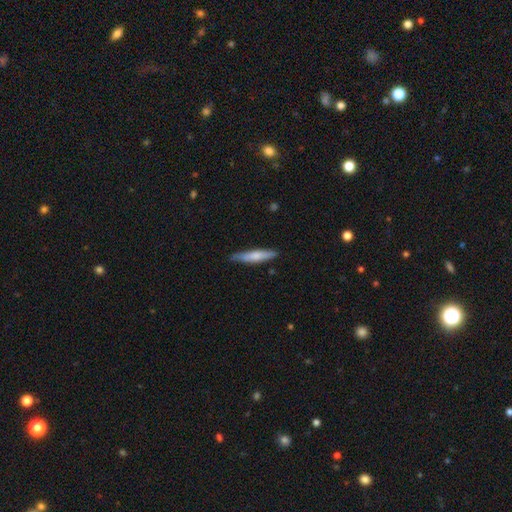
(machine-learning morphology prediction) This is likely a smooth galaxy (65%). How rounded: clearly cigar-shaped (89%). Merging: clearly none (81%).